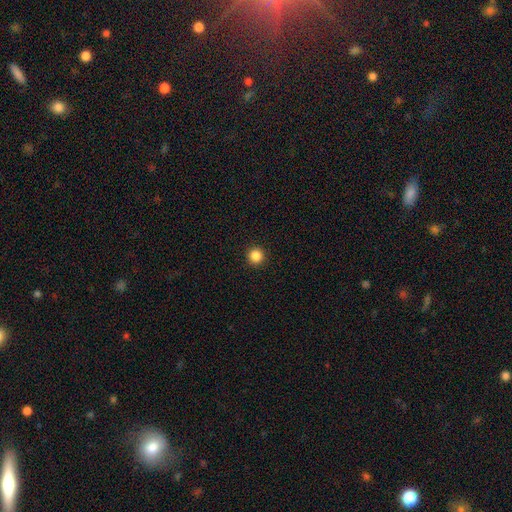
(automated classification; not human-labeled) Q: Smooth or featured?
A: smooth (86%); runner-up: star or artifact (11%)
Q: How rounded?
A: round (96%); runner-up: in between (3%)
Q: Merging?
A: none (94%); runner-up: minor disturbance (4%)